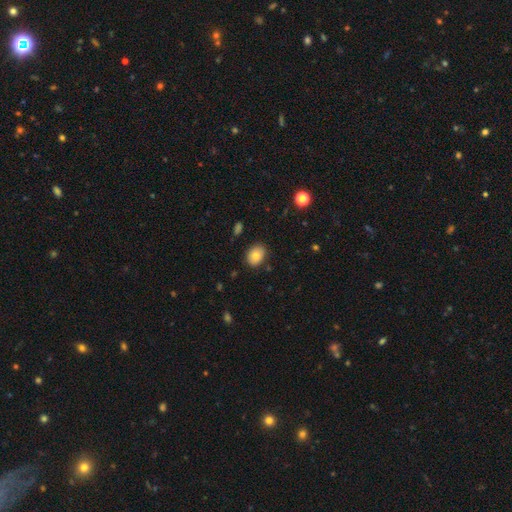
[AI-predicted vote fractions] Smooth or featured?
  - smooth: 79% *
  - featured or disk: 12%
  - star or artifact: 9%
How rounded?
  - in between: 68% *
  - round: 31%
  - cigar-shaped: 1%
Merging?
  - none: 84% *
  - minor disturbance: 12%
  - major disturbance: 3%
  - merger: 2%